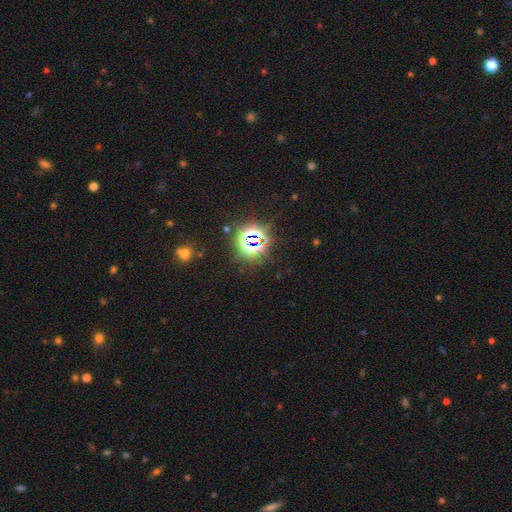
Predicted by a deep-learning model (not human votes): Smooth or featured? Predicted: star or artifact (p=0.80).